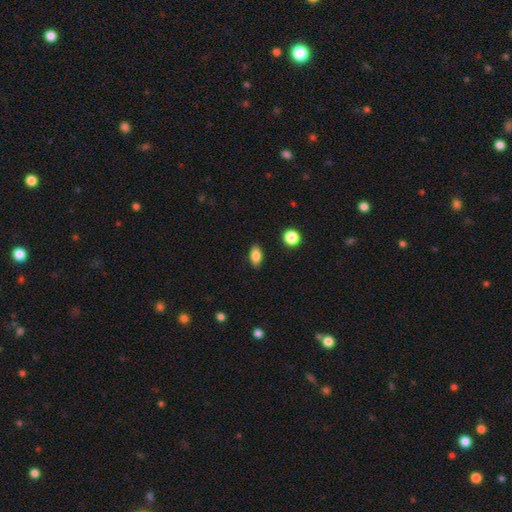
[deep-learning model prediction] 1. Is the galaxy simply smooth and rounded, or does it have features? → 83% smooth, 9% star or artifact, 8% featured or disk.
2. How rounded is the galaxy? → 87% in between, 7% round, 6% cigar-shaped.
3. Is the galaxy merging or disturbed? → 89% none, 8% minor disturbance, 2% major disturbance, 1% merger.